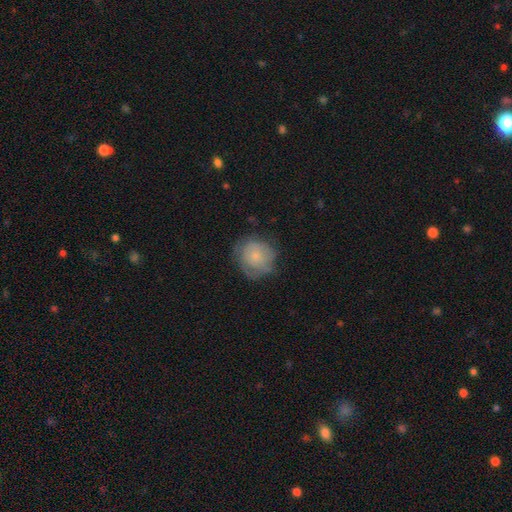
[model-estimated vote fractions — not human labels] Q: Smooth or featured?
A: smooth (61%); runner-up: featured or disk (31%)
Q: How rounded?
A: round (87%); runner-up: in between (12%)
Q: Merging?
A: none (62%); runner-up: minor disturbance (25%)